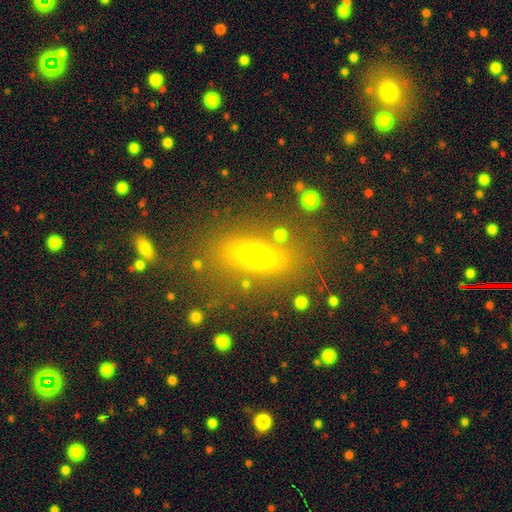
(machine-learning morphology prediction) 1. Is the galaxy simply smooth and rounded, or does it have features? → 55% smooth, 27% featured or disk, 18% star or artifact.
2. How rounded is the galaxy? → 50% in between, 41% cigar-shaped, 8% round.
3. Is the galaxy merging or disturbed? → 79% none, 11% minor disturbance, 5% major disturbance, 5% merger.